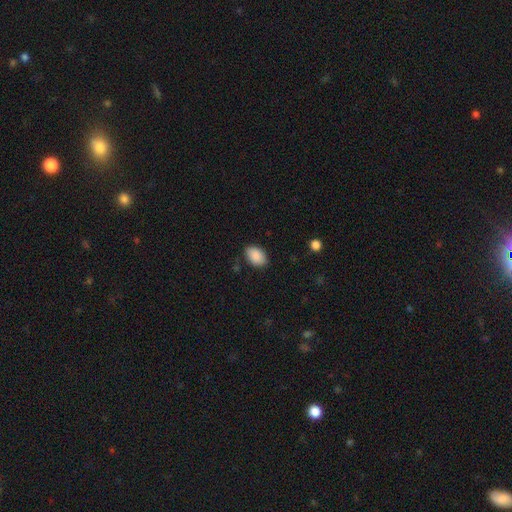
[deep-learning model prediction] A smooth galaxy with no disk features (89%) that is in between round and cigar-shaped (87%). Merging: none (84%).